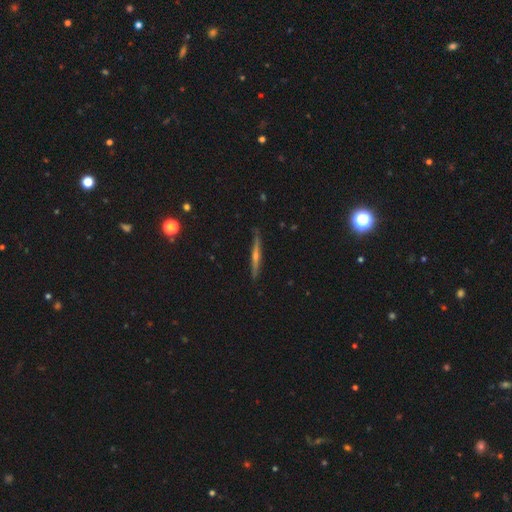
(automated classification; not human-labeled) smooth_or_featured: featured or disk (p=0.68) [alt: smooth p=0.25]
disk_edge_on: yes (p=0.97) [alt: no p=0.03]
edge_on_bulge: rounded (p=0.69) [alt: none p=0.24]
merging: none (p=0.89) [alt: minor disturbance p=0.08]